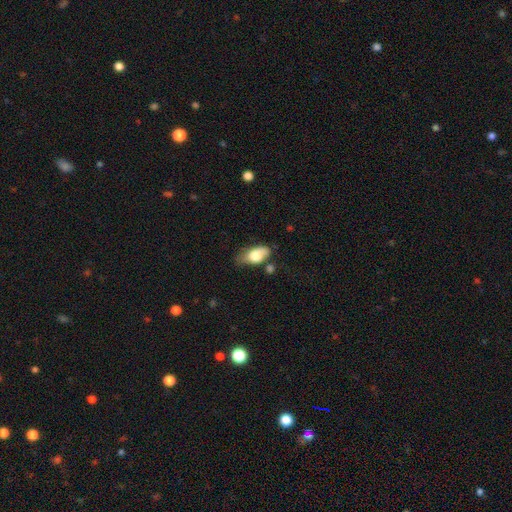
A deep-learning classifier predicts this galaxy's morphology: smooth_or_featured: smooth (p=0.73) [alt: featured or disk p=0.20]
how_rounded: in between (p=0.90) [alt: round p=0.06]
merging: none (p=0.42) [alt: minor disturbance p=0.35]